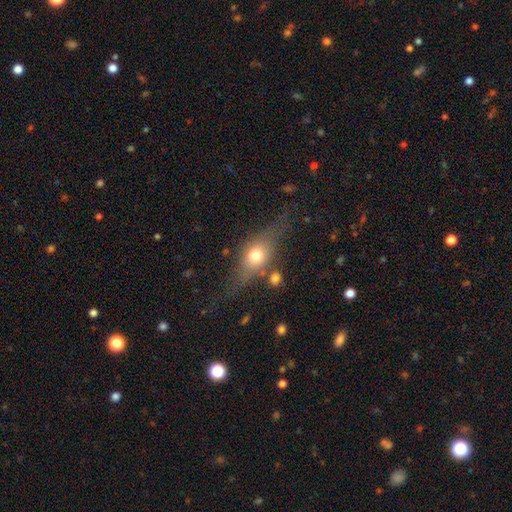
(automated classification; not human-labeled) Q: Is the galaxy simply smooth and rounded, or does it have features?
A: featured or disk — 47%.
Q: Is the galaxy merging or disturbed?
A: none — 66%.